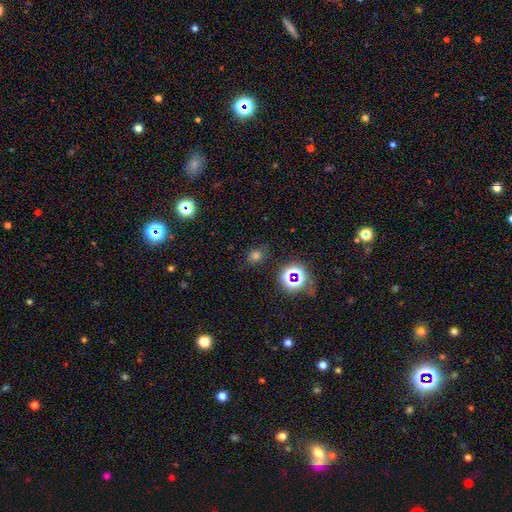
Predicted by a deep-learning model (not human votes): smooth 60%, star or artifact 33%, featured or disk 7%. Down the decision tree: how rounded — round (65%); merging — none (82%).